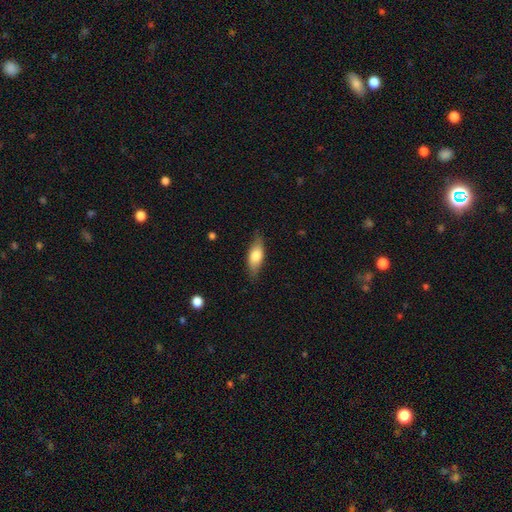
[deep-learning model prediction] A smooth galaxy with no disk features (72%) that is in between round and cigar-shaped (74%). Merging: none (80%).